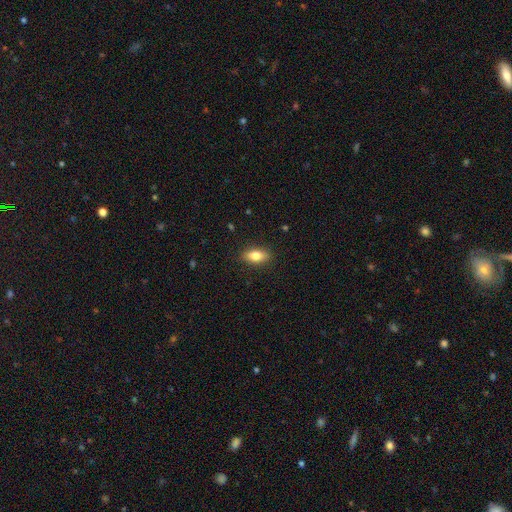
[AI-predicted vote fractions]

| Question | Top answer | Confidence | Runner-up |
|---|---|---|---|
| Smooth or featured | smooth | 76% | featured or disk (16%) |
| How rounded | in between | 84% | cigar-shaped (11%) |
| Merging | none | 88% | minor disturbance (9%) |